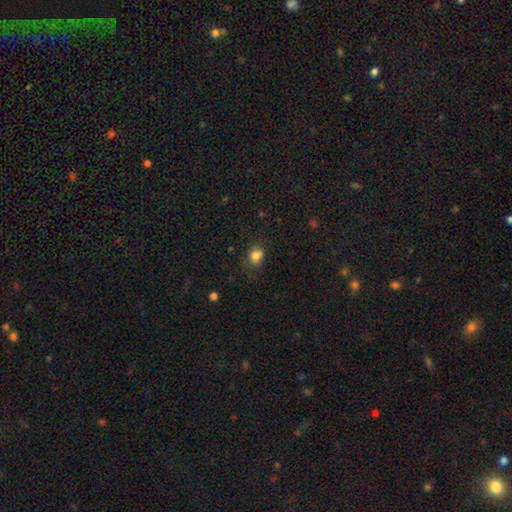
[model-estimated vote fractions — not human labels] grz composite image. It shows a smooth galaxy with no disk features (81%) that is round (57%). Merging: none (57%).